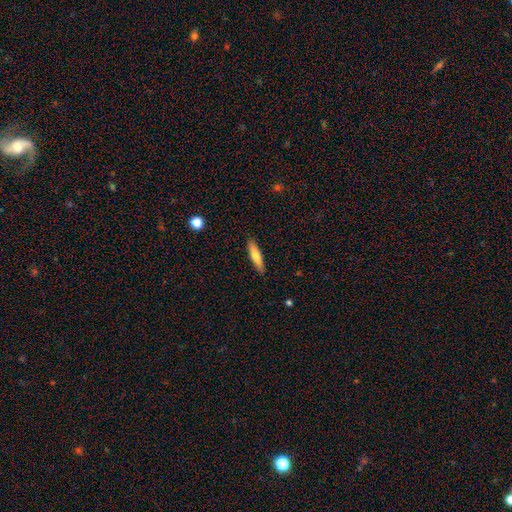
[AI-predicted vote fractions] Q: Smooth or featured?
A: smooth (63%); runner-up: featured or disk (31%)
Q: How rounded?
A: cigar-shaped (78%); runner-up: in between (20%)
Q: Merging?
A: none (89%); runner-up: minor disturbance (8%)